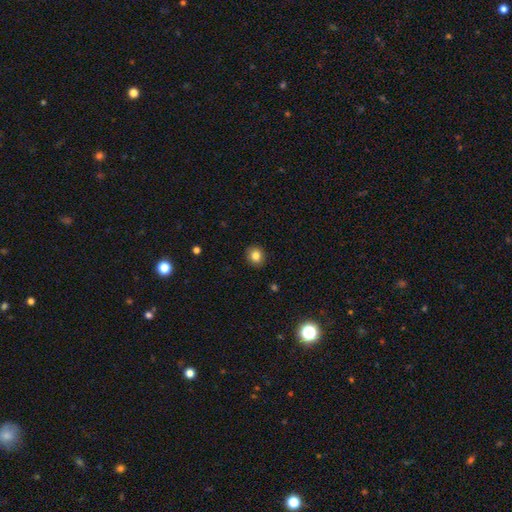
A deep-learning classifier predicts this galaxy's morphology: The model was most divided on "how rounded": round: 79%, in between: 20%, cigar-shaped: 1%. More confident: merging — none (91%); smooth or featured — smooth (83%).